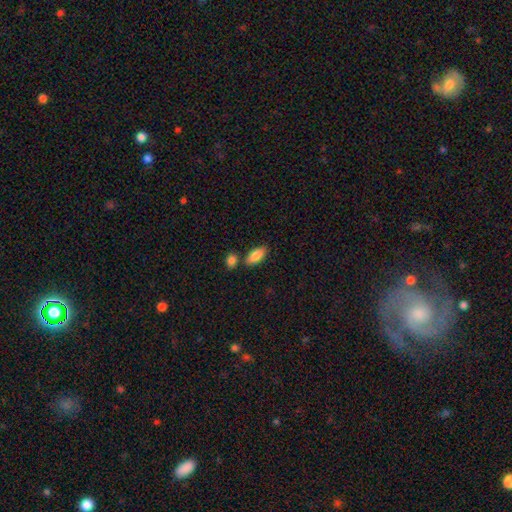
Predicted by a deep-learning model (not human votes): This appears to be a smooth galaxy with no disk features (85%) that is in between round and cigar-shaped (85%). Merging: none (73%).